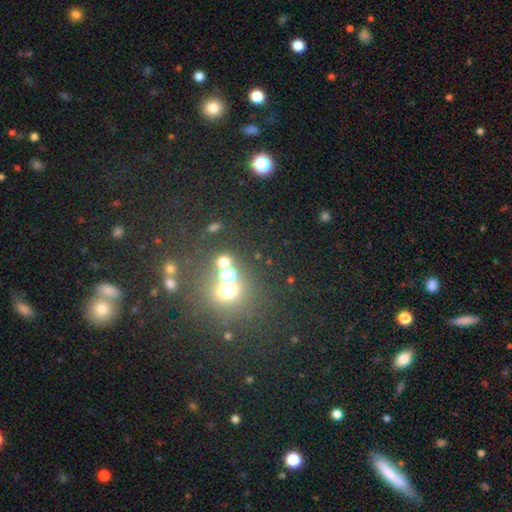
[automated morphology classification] A star or artifact, not a galaxy (44%).